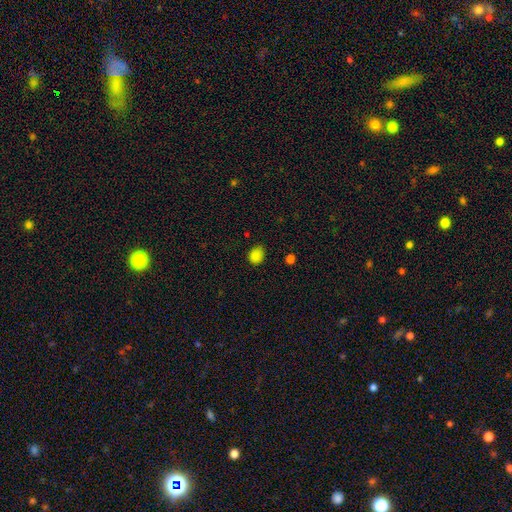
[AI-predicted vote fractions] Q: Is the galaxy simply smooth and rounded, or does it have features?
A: smooth — 84%.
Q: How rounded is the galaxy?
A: in between — 52%.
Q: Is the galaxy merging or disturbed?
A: none — 78%.